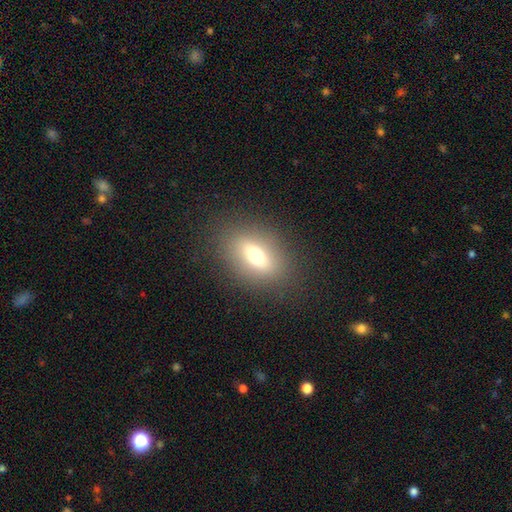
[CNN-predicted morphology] Smooth or featured? smooth (64%)
How rounded? in between (74%)
Merging? none (85%)